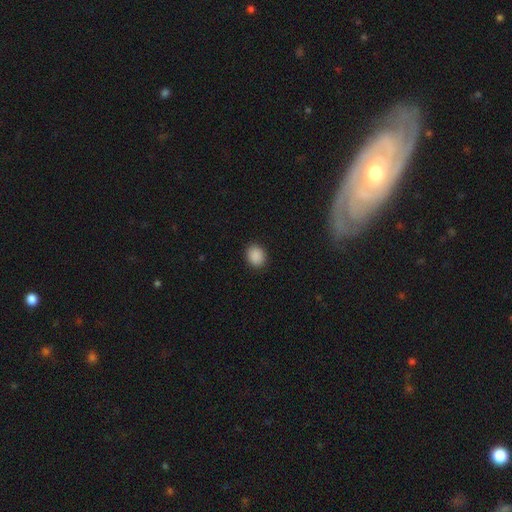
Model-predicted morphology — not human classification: Smooth or featured? smooth (89%)
How rounded? round (57%)
Merging? none (90%)